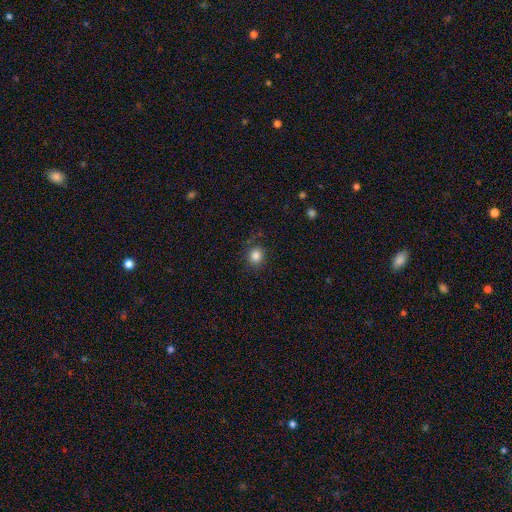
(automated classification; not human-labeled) The model was most divided on "how rounded": round: 85%, in between: 14%, cigar-shaped: 1%. More confident: merging — none (84%); smooth or featured — smooth (84%).